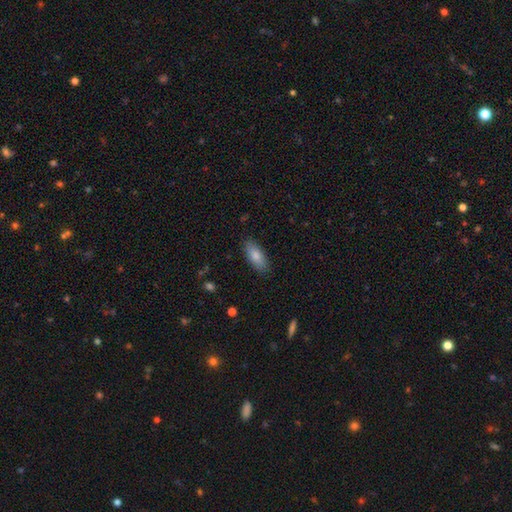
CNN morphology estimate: type=smooth (83%); roundness=in between (79%); merging=none (87%).